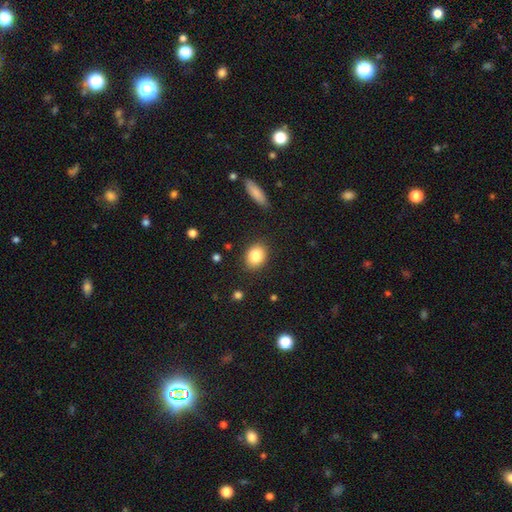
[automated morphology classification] A smooth galaxy with no disk features (83%) that is in between round and cigar-shaped (52%).

Vote fractions:
- Smooth or featured? smooth: 83% / star or artifact: 9% / featured or disk: 8%
- How rounded? in between: 52% / round: 47% / cigar-shaped: 1%
- Merging? none: 87% / minor disturbance: 9% / major disturbance: 2% / merger: 1%